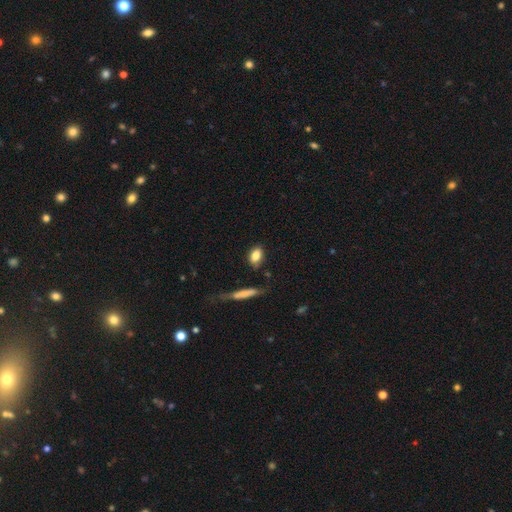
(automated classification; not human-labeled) Smooth or featured?
  - smooth: 83% *
  - featured or disk: 10%
  - star or artifact: 7%
How rounded?
  - in between: 82% *
  - round: 12%
  - cigar-shaped: 6%
Merging?
  - none: 75% *
  - minor disturbance: 16%
  - major disturbance: 4%
  - merger: 4%